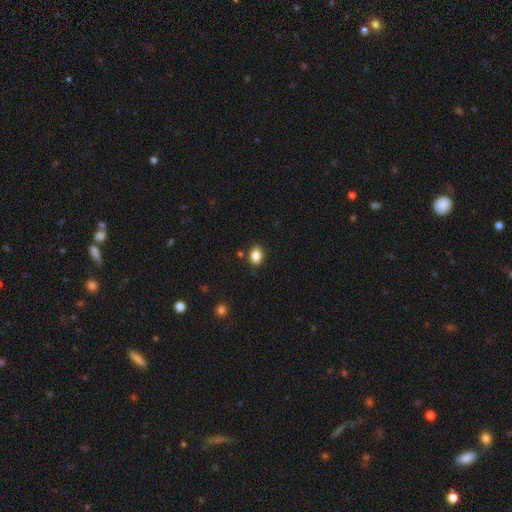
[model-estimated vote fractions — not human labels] A smooth galaxy with no disk features (86%) that is in between round and cigar-shaped (65%).

Vote fractions:
- Smooth or featured? smooth: 86% / star or artifact: 10% / featured or disk: 5%
- How rounded? in between: 65% / round: 34% / cigar-shaped: 1%
- Merging? none: 84% / minor disturbance: 11% / merger: 3% / major disturbance: 3%